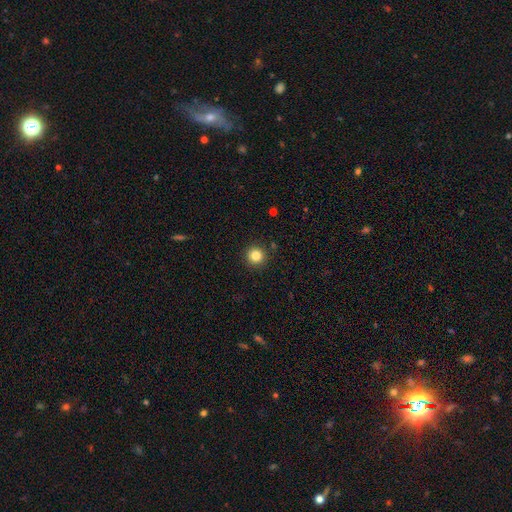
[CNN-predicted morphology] This is clearly a smooth galaxy (84%). How rounded: clearly round (95%). Merging: clearly none (91%).